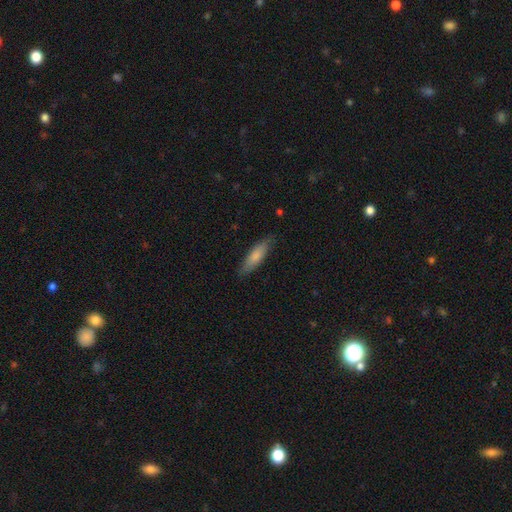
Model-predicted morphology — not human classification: A smooth galaxy with no disk features (79%) that is cigar-shaped (62%). Merging: none (82%).